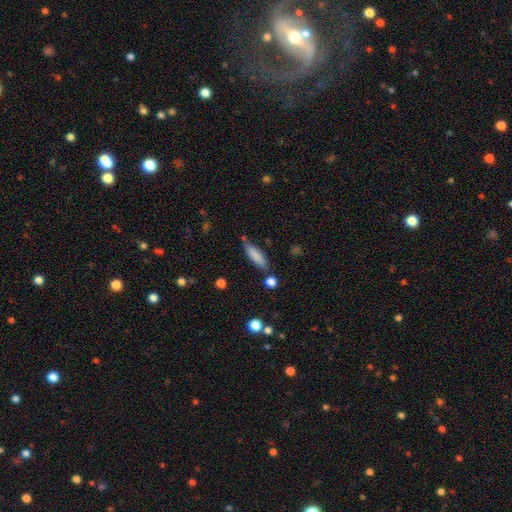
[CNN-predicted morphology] Overall: smooth (83%). How rounded: cigar-shaped (58%; in between 40%). Merging: none (71%).